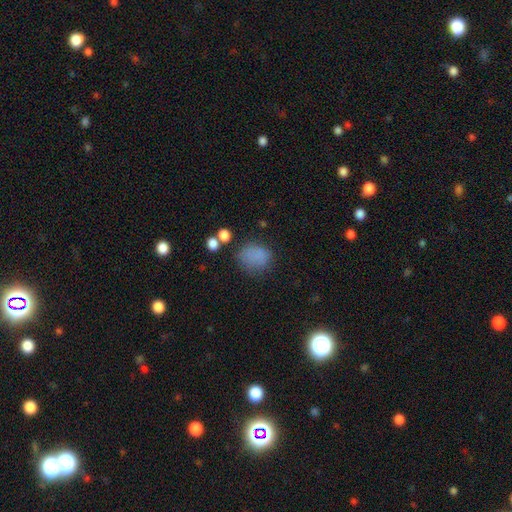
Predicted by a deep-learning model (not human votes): Q: Smooth or featured?
A: smooth (77%); runner-up: star or artifact (15%)
Q: How rounded?
A: round (58%); runner-up: in between (41%)
Q: Merging?
A: none (65%); runner-up: minor disturbance (20%)